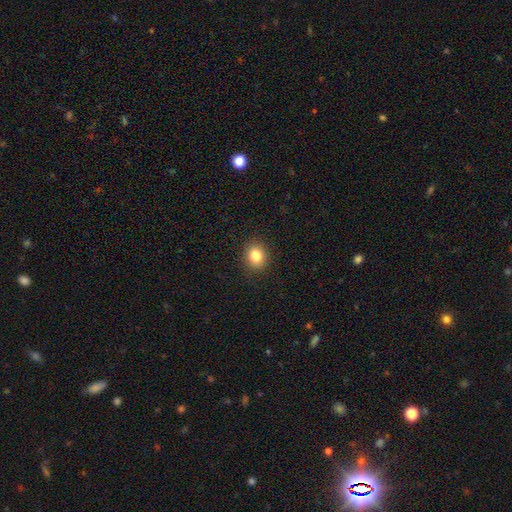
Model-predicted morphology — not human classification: smooth 82%, star or artifact 11%, featured or disk 7%. Down the decision tree: how rounded — round (67%); merging — none (90%).